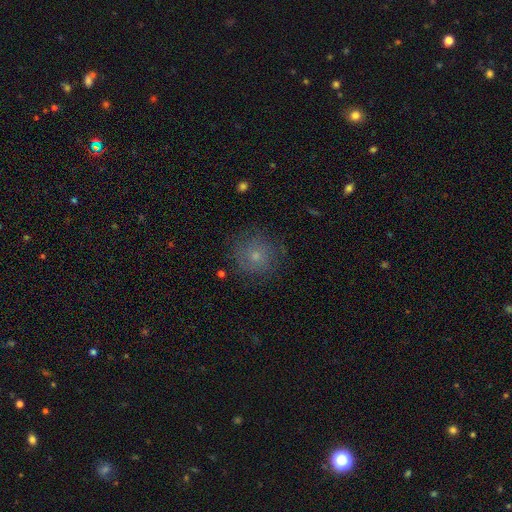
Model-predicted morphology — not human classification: smooth_or_featured: smooth (p=0.59) [alt: featured or disk p=0.26]
how_rounded: round (p=0.92) [alt: in between p=0.07]
merging: none (p=0.79) [alt: minor disturbance p=0.14]